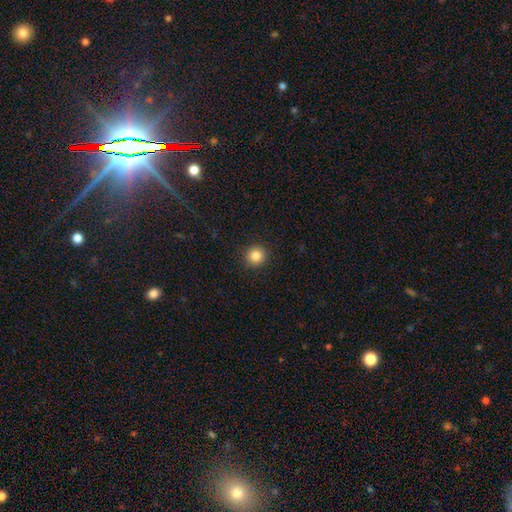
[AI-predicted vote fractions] The model was most divided on "smooth or featured": smooth: 85%, star or artifact: 11%, featured or disk: 5%. More confident: how rounded — round (94%); merging — none (92%).